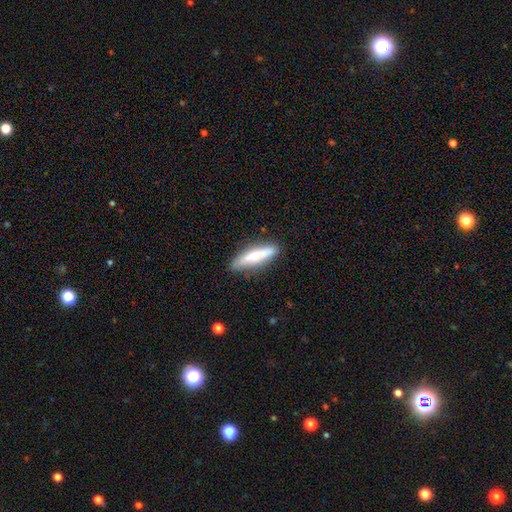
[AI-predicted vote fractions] A smooth galaxy with no disk features (62%) that is cigar-shaped (79%).

Vote fractions:
- Smooth or featured? smooth: 62% / featured or disk: 32% / star or artifact: 6%
- How rounded? cigar-shaped: 79% / in between: 19% / round: 2%
- Merging? none: 81% / minor disturbance: 14% / major disturbance: 3% / merger: 2%